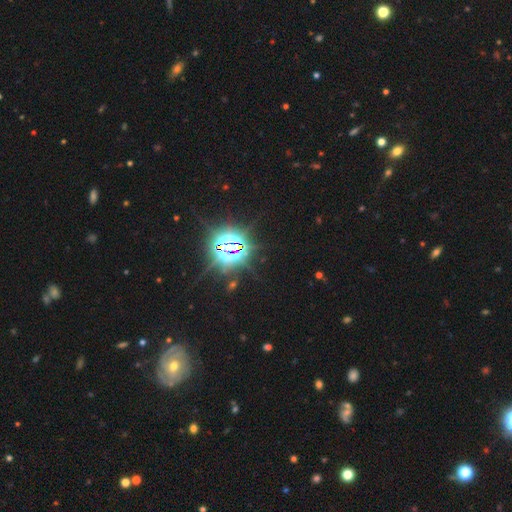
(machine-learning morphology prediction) Smooth or featured: star or artifact — 78% (smooth — 14%)